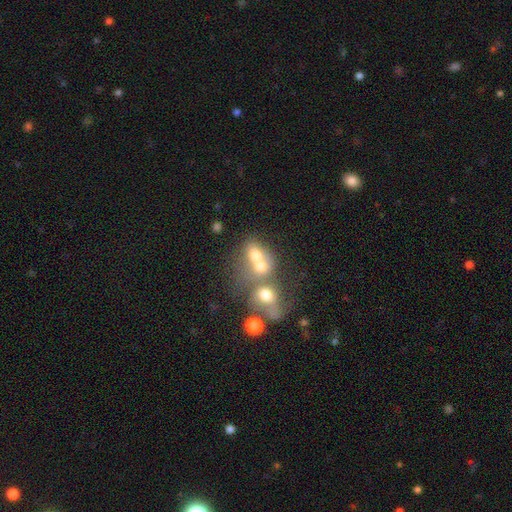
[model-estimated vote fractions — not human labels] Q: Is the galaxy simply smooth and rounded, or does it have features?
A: smooth — 63%.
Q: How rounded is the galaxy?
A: round — 53%.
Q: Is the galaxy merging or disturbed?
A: merger — 62%.